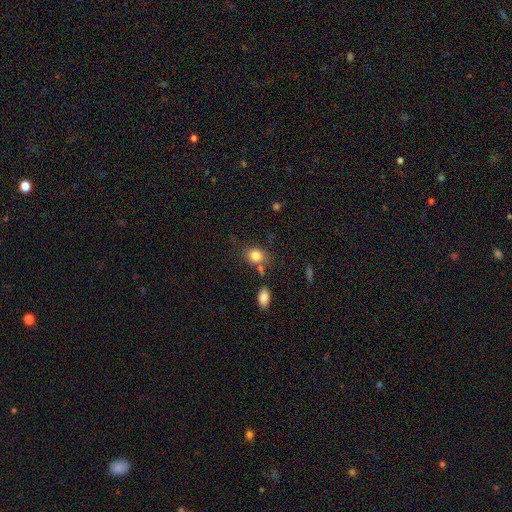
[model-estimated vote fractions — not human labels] Smooth or featured?
  - smooth: 82% *
  - star or artifact: 10%
  - featured or disk: 8%
How rounded?
  - round: 50% *
  - in between: 49%
  - cigar-shaped: 1%
Merging?
  - none: 69% *
  - minor disturbance: 15%
  - merger: 11%
  - major disturbance: 5%